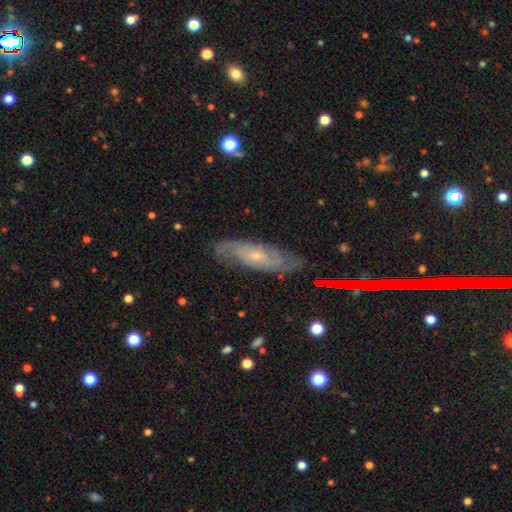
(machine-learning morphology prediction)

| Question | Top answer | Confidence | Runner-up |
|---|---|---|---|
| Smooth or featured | featured or disk | 75% | smooth (17%) |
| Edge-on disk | no | 83% | yes (17%) |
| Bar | no | 67% | weak (27%) |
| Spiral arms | yes | 92% | no (8%) |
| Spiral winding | tight | 46% | medium (38%) |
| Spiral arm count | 2 | 55% | can't tell (29%) |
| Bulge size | small | 69% | moderate (27%) |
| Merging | none | 74% | minor disturbance (19%) |